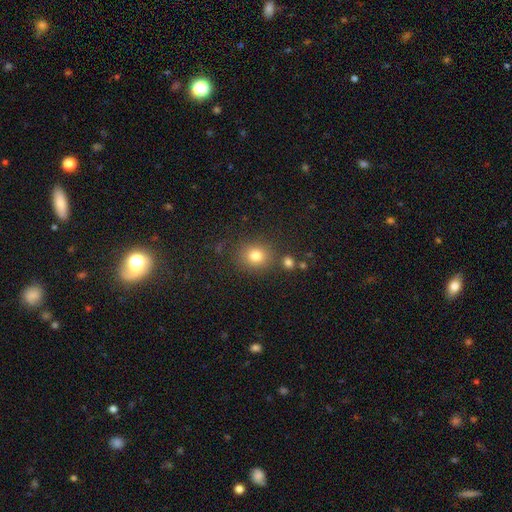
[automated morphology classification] type=smooth (79%); roundness=round (80%); merging=none (80%).